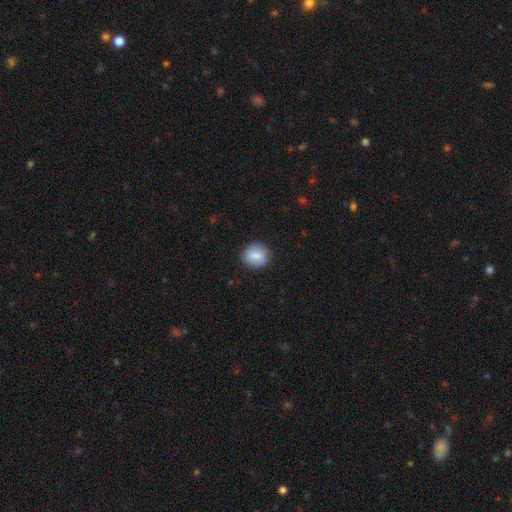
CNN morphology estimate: smooth 85%, featured or disk 8%, star or artifact 7%. Down the decision tree: how rounded — round (79%); merging — none (86%).